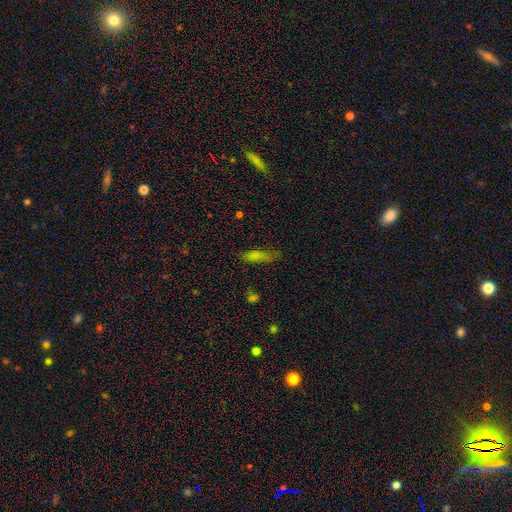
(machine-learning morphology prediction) smooth-or-featured: smooth: 74% | star or artifact: 14% | featured or disk: 12%
  how-rounded: cigar-shaped: 56% | in between: 41% | round: 3%
  merging: none: 60% | minor disturbance: 27% | major disturbance: 9% | merger: 4%